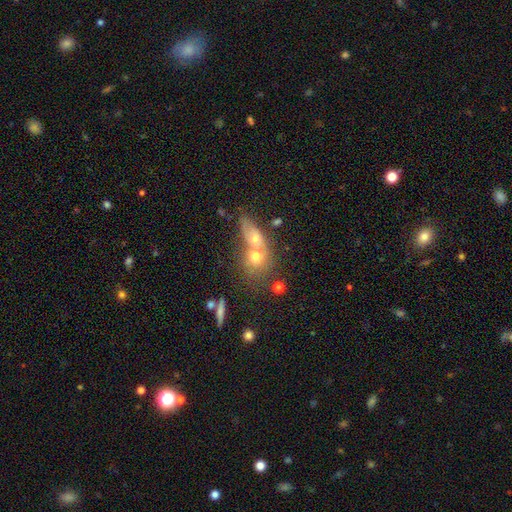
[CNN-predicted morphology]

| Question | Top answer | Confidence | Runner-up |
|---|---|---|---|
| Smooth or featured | smooth | 54% | featured or disk (25%) |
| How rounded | round | 55% | in between (35%) |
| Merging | merger | 61% | none (27%) |